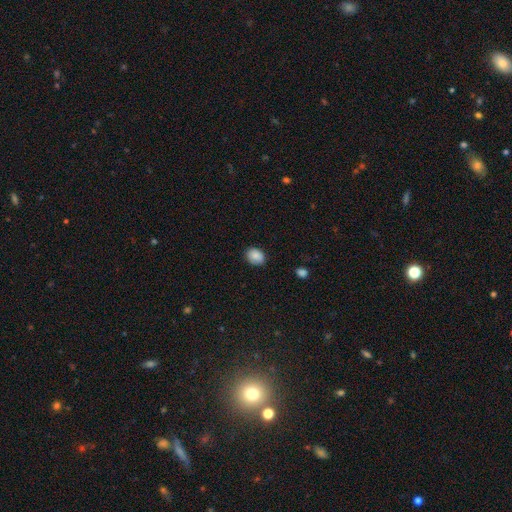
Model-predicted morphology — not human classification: smooth-or-featured: smooth: 88% | star or artifact: 8% | featured or disk: 4%
  how-rounded: in between: 58% | round: 42% | cigar-shaped: 1%
  merging: none: 83% | minor disturbance: 13% | major disturbance: 3% | merger: 1%